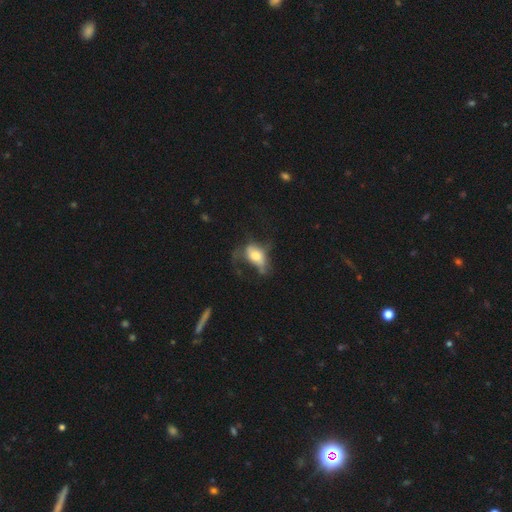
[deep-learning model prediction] Smooth or featured? smooth (59%)
How rounded? in between (85%)
Merging? major disturbance (44%)